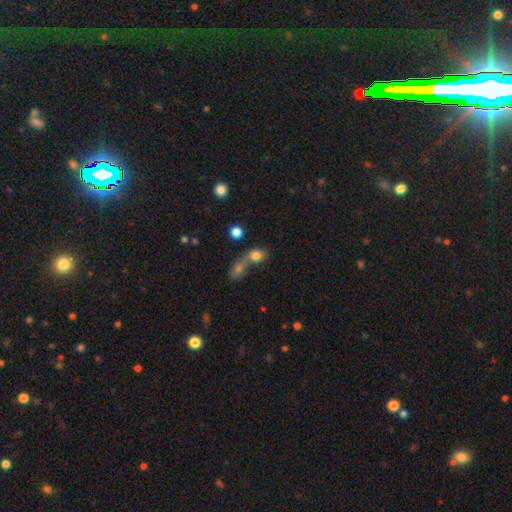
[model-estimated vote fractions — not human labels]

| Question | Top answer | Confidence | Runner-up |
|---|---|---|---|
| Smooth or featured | smooth | 78% | star or artifact (11%) |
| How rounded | round | 54% | in between (43%) |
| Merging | merger | 60% | none (29%) |